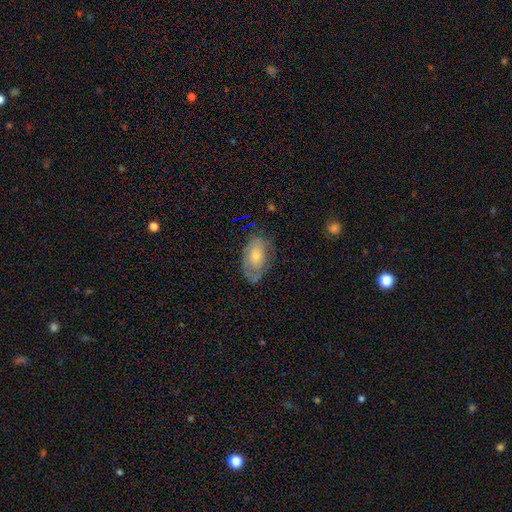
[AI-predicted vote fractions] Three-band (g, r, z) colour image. It shows a featured or disk galaxy (51%). Merging: none (68%).